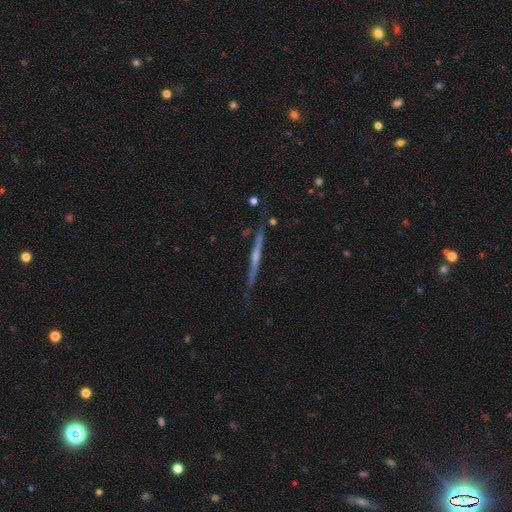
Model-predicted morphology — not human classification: Smooth or featured? featured or disk (67%)
Edge-on disk? yes (93%)
Edge-on bulge? rounded (55%)
Merging? none (80%)